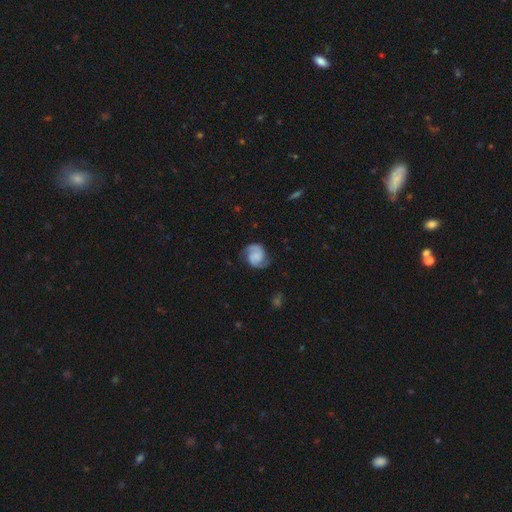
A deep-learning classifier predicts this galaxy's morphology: smooth_or_featured: featured or disk (p=0.78) [alt: smooth p=0.15]
disk_edge_on: no (p=0.98) [alt: yes p=0.02]
bar: no (p=0.61) [alt: weak p=0.30]
has_spiral_arms: yes (p=0.96) [alt: no p=0.04]
spiral_winding: medium (p=0.48) [alt: tight p=0.31]
spiral_arm_count: 2 (p=0.91) [alt: can't tell p=0.03]
bulge_size: none (p=0.61) [alt: small p=0.17]
merging: none (p=0.75) [alt: minor disturbance p=0.17]